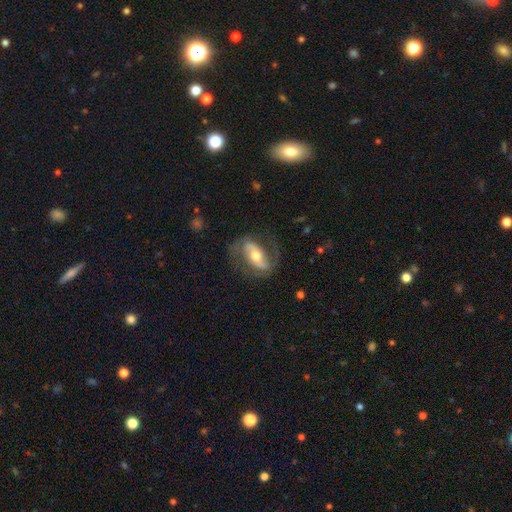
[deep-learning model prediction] A featured or disk galaxy (75%) with a strong bar (45%), 2 (87%) medium (45%) spiral arms (83%) and a moderate central bulge (66%).

Vote fractions:
- Smooth or featured? featured or disk: 75% / smooth: 19% / star or artifact: 5%
- Edge-on disk? no: 92% / yes: 8%
- Bar? strong: 45% / weak: 29% / no: 26%
- Spiral arms? yes: 83% / no: 17%
- Spiral winding? medium: 45% / loose: 35% / tight: 20%
- Spiral arm count? 2: 87% / can't tell: 7% / 1: 4% / 3: 1% / 4: 1% / more than 4: 1%
- Bulge size? moderate: 66% / small: 24% / large: 7% / dominant: 1% / none: 1%
- Merging? none: 69% / minor disturbance: 17% / major disturbance: 12% / merger: 1%